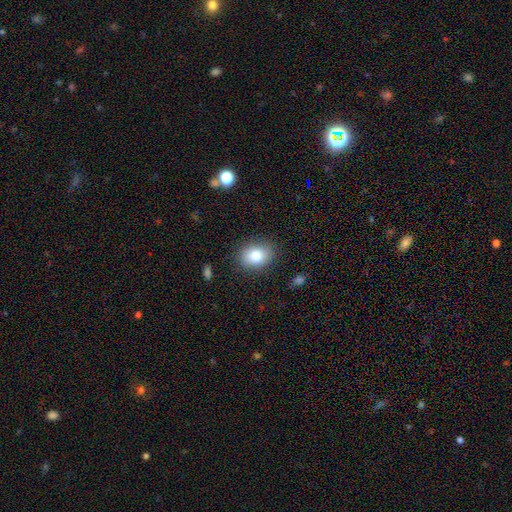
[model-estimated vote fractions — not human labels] Smooth or featured?
  - smooth: 82% *
  - featured or disk: 10%
  - star or artifact: 9%
How rounded?
  - in between: 59% *
  - round: 40%
  - cigar-shaped: 1%
Merging?
  - none: 84% *
  - minor disturbance: 11%
  - major disturbance: 3%
  - merger: 1%